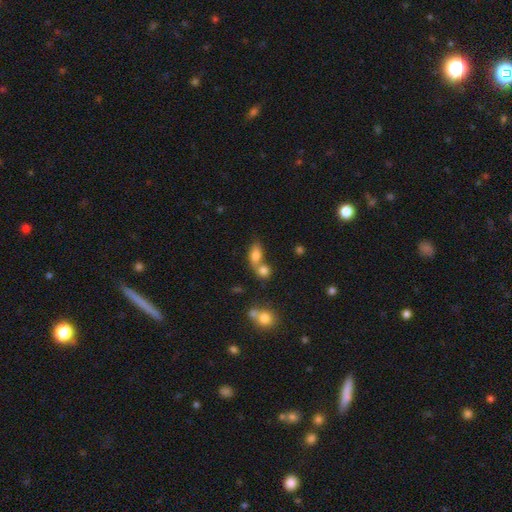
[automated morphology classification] smooth-or-featured: smooth: 79% | star or artifact: 11% | featured or disk: 11%
  how-rounded: in between: 79% | round: 16% | cigar-shaped: 5%
  merging: merger: 53% | none: 32% | minor disturbance: 9% | major disturbance: 5%